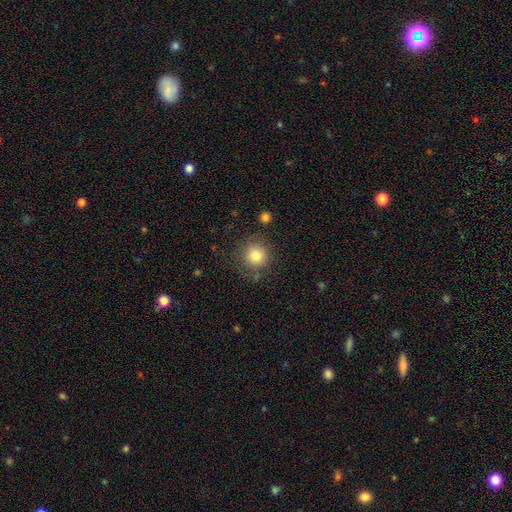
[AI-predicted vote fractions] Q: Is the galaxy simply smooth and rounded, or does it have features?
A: smooth — 81%.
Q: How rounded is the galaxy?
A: round — 93%.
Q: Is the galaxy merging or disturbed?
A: none — 79%.